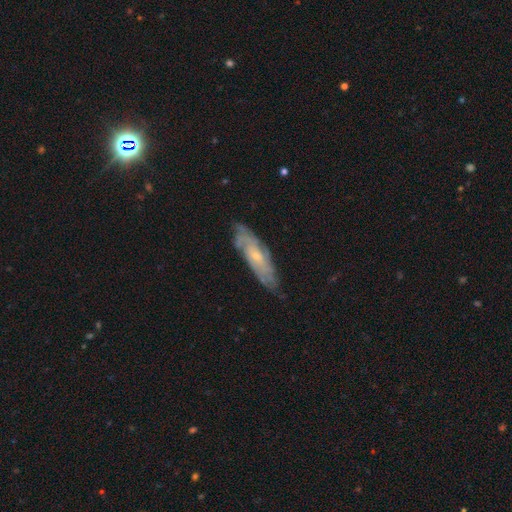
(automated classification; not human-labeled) This appears to be a featured or disk galaxy (70%) with no bar (70%), spiral arms (86%) and a small central bulge (65%). Merging: none (78%).